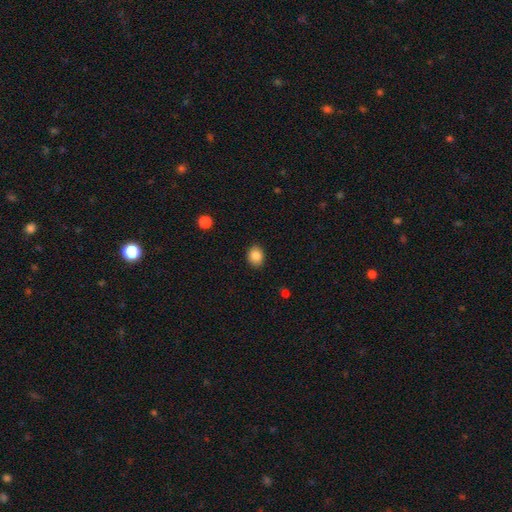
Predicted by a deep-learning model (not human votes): Smooth or featured: smooth — 86% (star or artifact — 9%)
How rounded: round — 50% (in between — 49%)
Merging: none — 88% (minor disturbance — 9%)